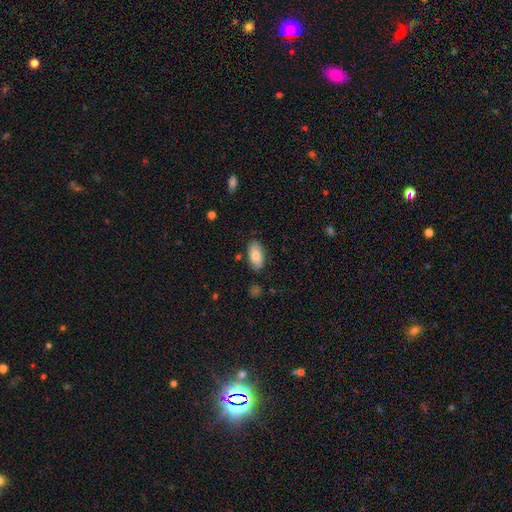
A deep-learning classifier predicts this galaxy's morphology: A smooth galaxy with no disk features (82%) that is in between round and cigar-shaped (93%).

Vote fractions:
- Smooth or featured? smooth: 82% / featured or disk: 12% / star or artifact: 6%
- How rounded? in between: 93% / cigar-shaped: 5% / round: 3%
- Merging? none: 84% / minor disturbance: 12% / major disturbance: 2% / merger: 2%